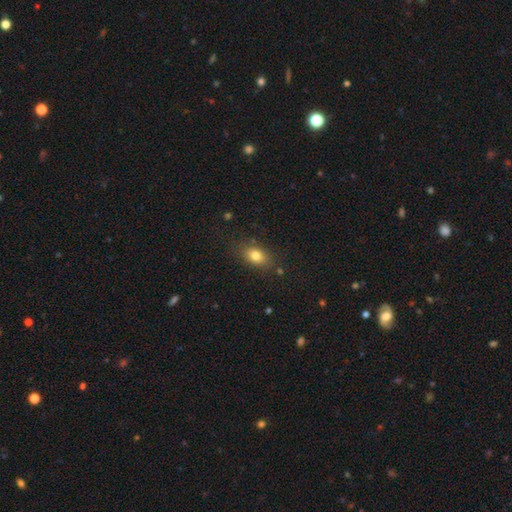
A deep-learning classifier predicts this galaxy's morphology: smooth_or_featured: smooth (p=0.80) [alt: featured or disk p=0.10]
how_rounded: in between (p=0.80) [alt: round p=0.16]
merging: none (p=0.79) [alt: minor disturbance p=0.14]